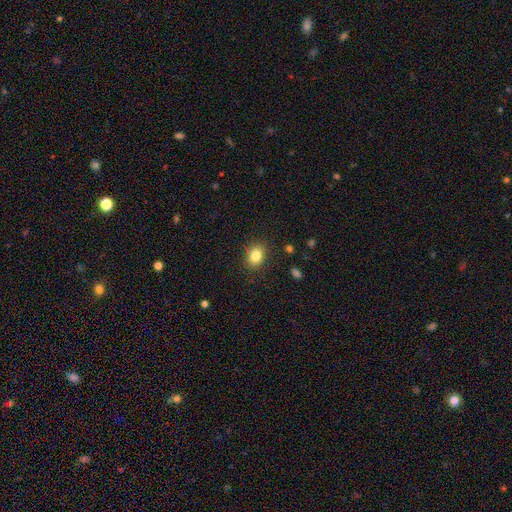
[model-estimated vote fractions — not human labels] Morphology: type=smooth (84%); roundness=in between (58%); merging=none (87%).